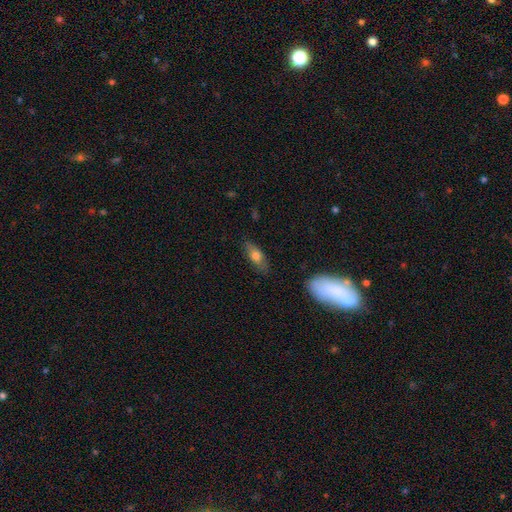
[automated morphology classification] type=smooth (66%); roundness=in between (66%); merging=none (79%).